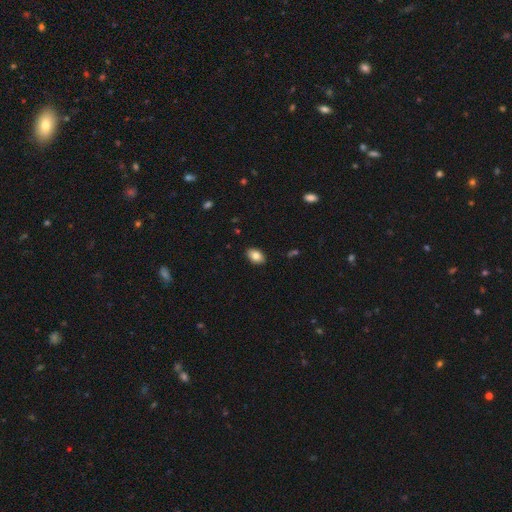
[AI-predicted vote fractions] smooth 83%, featured or disk 9%, star or artifact 8%. Down the decision tree: how rounded — in between (89%); merging — none (89%).